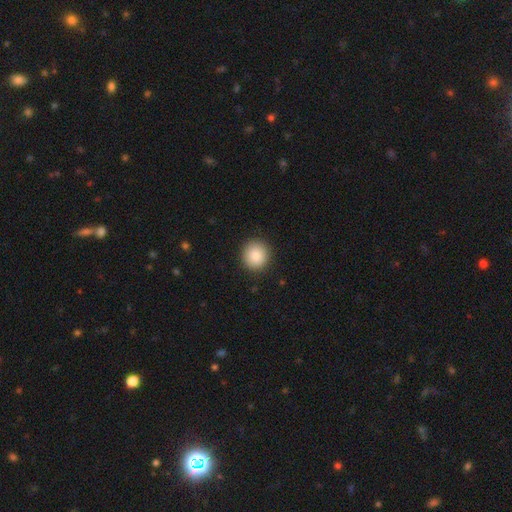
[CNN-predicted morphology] The model was most divided on "smooth or featured": smooth: 87%, star or artifact: 8%, featured or disk: 5%. More confident: merging — none (91%); how rounded — round (91%).